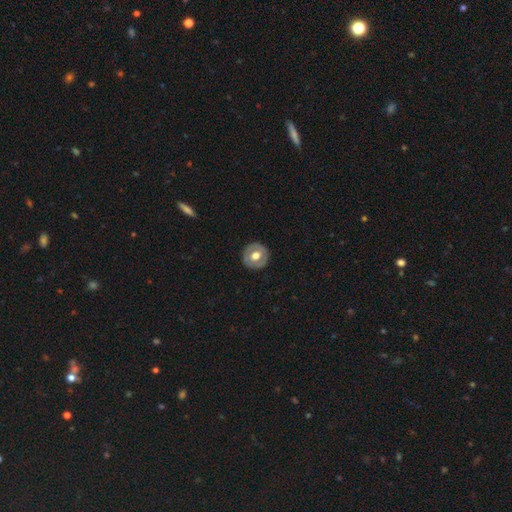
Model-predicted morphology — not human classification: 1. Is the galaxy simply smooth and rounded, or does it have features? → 48% smooth, 46% featured or disk, 6% star or artifact.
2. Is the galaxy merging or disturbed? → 87% none, 9% minor disturbance, 2% major disturbance, 1% merger.